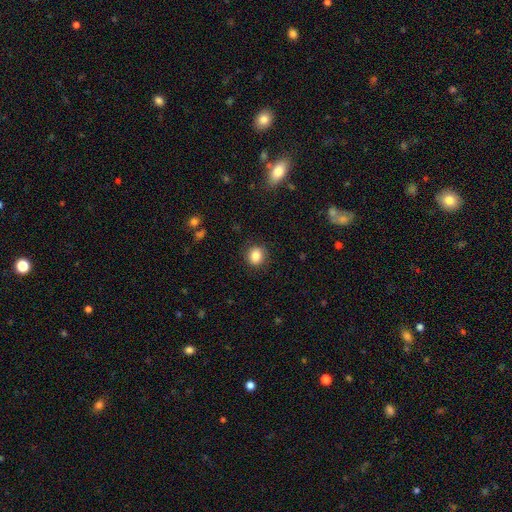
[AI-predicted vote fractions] Smooth or featured?
  - smooth: 85% *
  - star or artifact: 9%
  - featured or disk: 5%
How rounded?
  - round: 75% *
  - in between: 24%
  - cigar-shaped: 1%
Merging?
  - none: 88% *
  - minor disturbance: 8%
  - major disturbance: 3%
  - merger: 1%